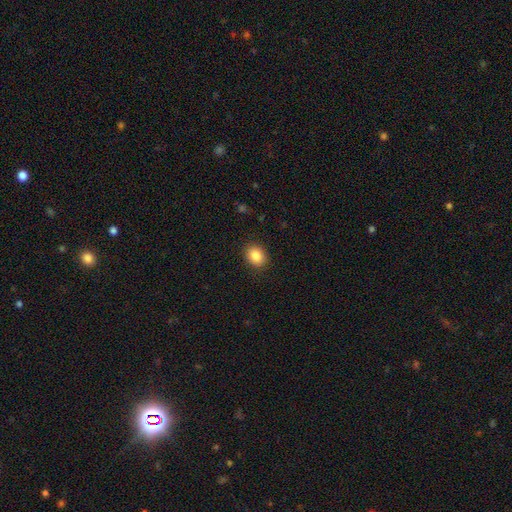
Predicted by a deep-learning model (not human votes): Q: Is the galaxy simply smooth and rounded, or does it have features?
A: smooth — 85%.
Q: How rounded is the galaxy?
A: round — 52%.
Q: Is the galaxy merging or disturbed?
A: none — 89%.